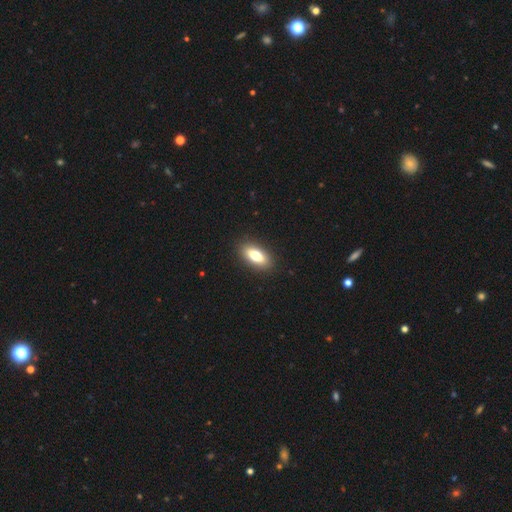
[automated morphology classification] type=smooth (73%); roundness=in between (78%); merging=none (89%).